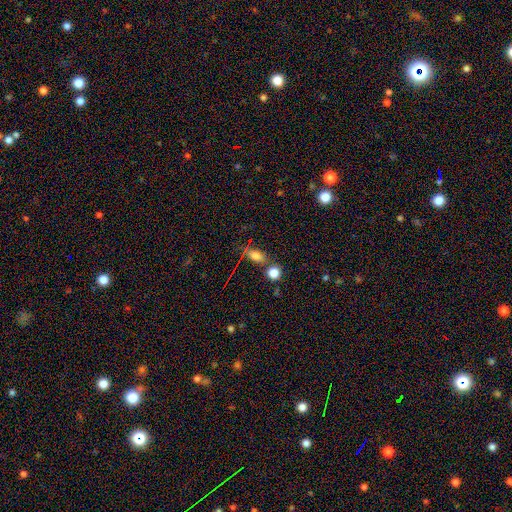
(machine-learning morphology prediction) Smooth or featured?
  - smooth: 76% *
  - star or artifact: 13%
  - featured or disk: 10%
How rounded?
  - in between: 78% *
  - round: 14%
  - cigar-shaped: 8%
Merging?
  - none: 62% *
  - minor disturbance: 16%
  - merger: 15%
  - major disturbance: 6%